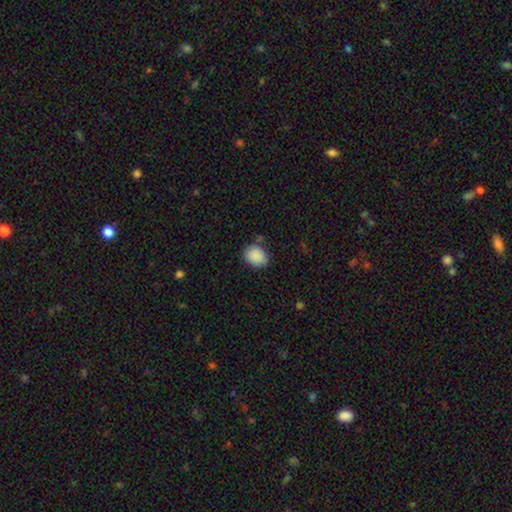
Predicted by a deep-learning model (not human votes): A smooth galaxy with no disk features (89%) that is in between round and cigar-shaped (51%). Merging: none (74%).